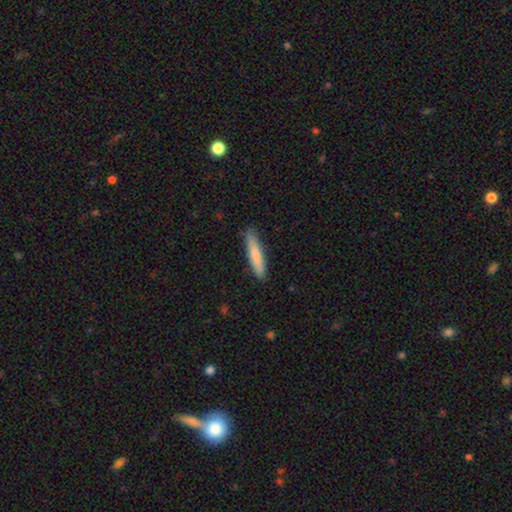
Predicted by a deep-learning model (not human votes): A smooth galaxy with no disk features (78%) that is cigar-shaped (89%). Merging: none (86%).